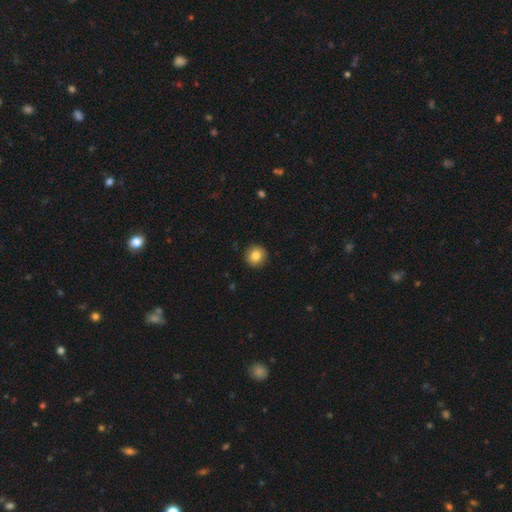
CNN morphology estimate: smooth-or-featured: smooth: 83% | star or artifact: 9% | featured or disk: 8%
  how-rounded: round: 94% | in between: 5% | cigar-shaped: 1%
  merging: none: 92% | minor disturbance: 6% | major disturbance: 2% | merger: 1%